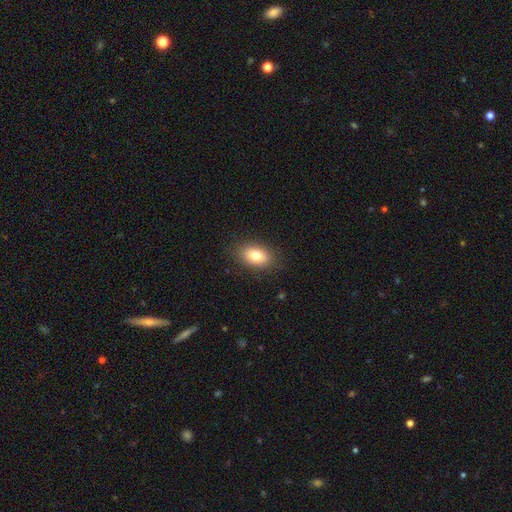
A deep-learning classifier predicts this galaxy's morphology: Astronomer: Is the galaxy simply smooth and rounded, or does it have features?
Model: smooth — 80%.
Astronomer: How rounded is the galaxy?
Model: in between — 88%.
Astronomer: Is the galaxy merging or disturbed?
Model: none — 87%.